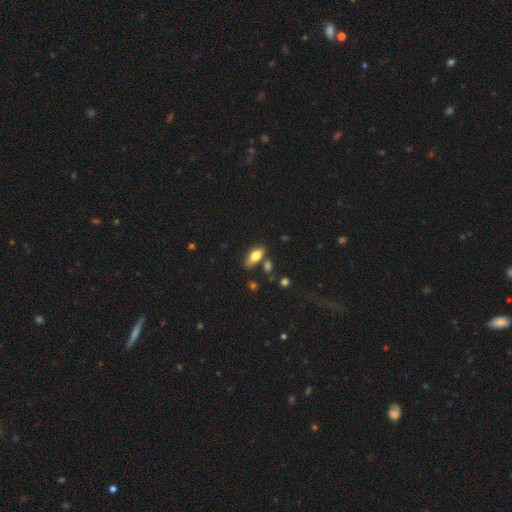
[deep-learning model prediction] This is likely a smooth galaxy (68%). How rounded: likely in between (77%). Merging: likely none (71%).